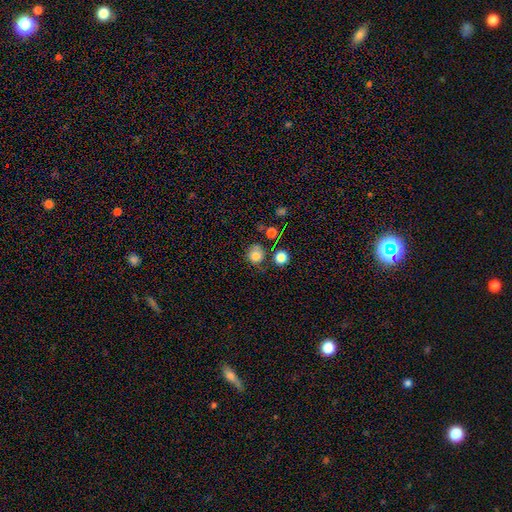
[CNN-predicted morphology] A smooth galaxy with no disk features (79%) that is round (84%).

Vote fractions:
- Smooth or featured? smooth: 79% / star or artifact: 12% / featured or disk: 9%
- How rounded? round: 84% / in between: 15% / cigar-shaped: 1%
- Merging? none: 61% / minor disturbance: 21% / merger: 10% / major disturbance: 7%